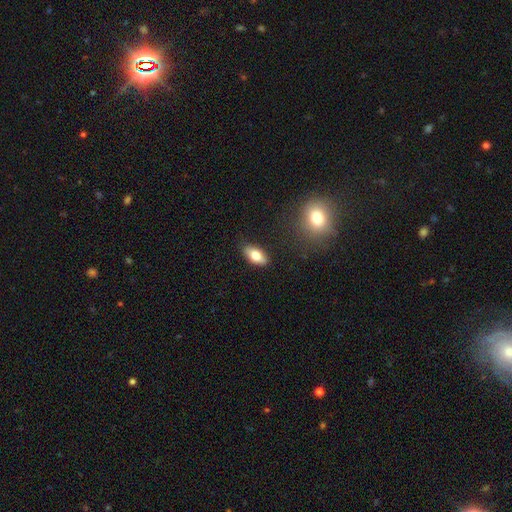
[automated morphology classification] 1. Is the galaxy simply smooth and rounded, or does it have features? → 78% smooth, 15% featured or disk, 7% star or artifact.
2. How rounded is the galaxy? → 89% in between, 8% cigar-shaped, 3% round.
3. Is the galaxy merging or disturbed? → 85% none, 11% minor disturbance, 2% major disturbance, 2% merger.